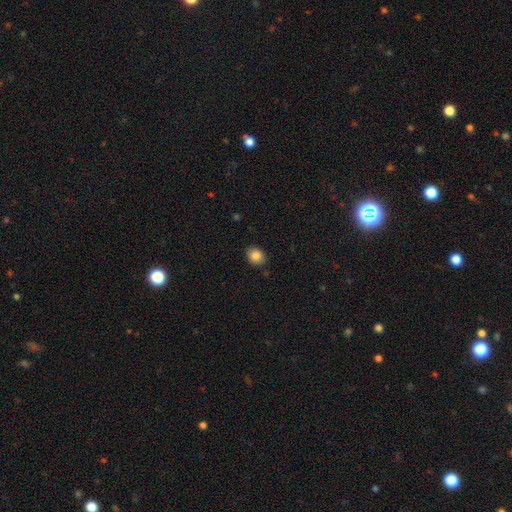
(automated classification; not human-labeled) Q: Smooth or featured?
A: smooth (85%); runner-up: star or artifact (9%)
Q: How rounded?
A: round (51%); runner-up: in between (48%)
Q: Merging?
A: none (88%); runner-up: minor disturbance (9%)